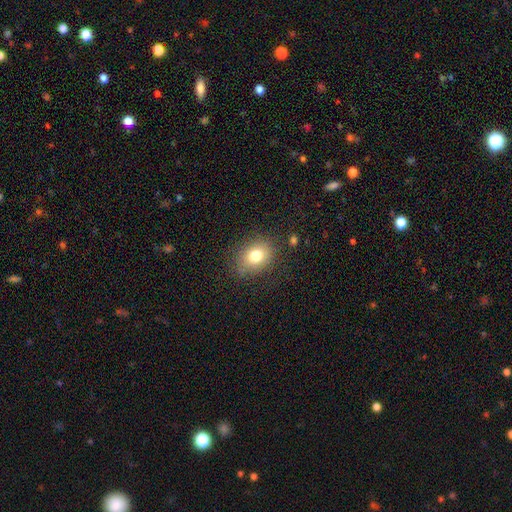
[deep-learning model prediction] Smooth or featured? smooth (76%)
How rounded? in between (56%)
Merging? none (80%)